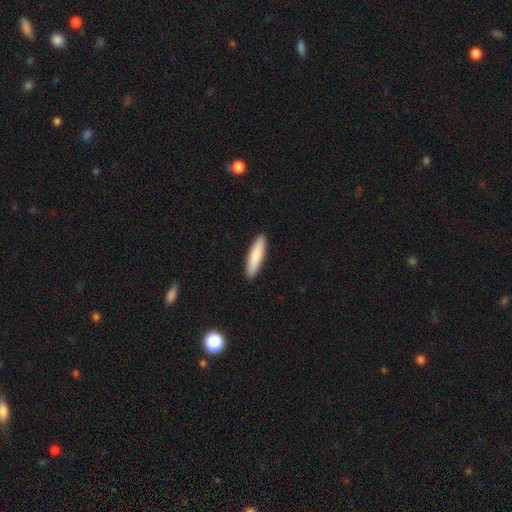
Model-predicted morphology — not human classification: type=smooth (85%); roundness=cigar-shaped (80%); merging=none (92%).